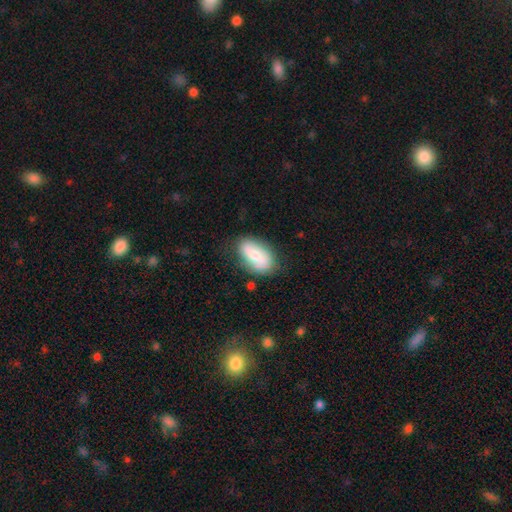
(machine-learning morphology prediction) Q: Smooth or featured?
A: smooth (66%); runner-up: featured or disk (27%)
Q: How rounded?
A: in between (91%); runner-up: round (6%)
Q: Merging?
A: none (73%); runner-up: minor disturbance (20%)